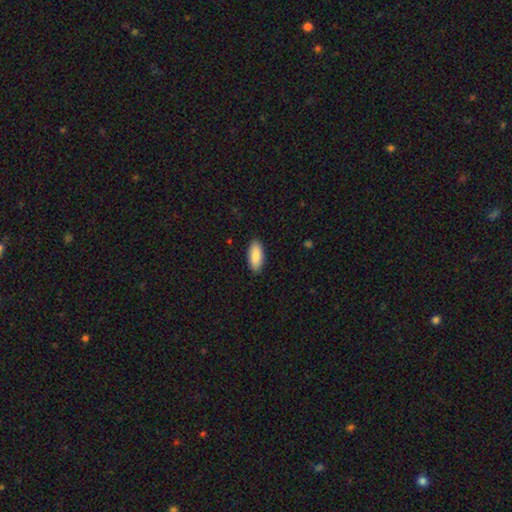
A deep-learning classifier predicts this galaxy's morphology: A smooth galaxy with no disk features (89%) that is in between round and cigar-shaped (85%). Merging: none (90%).